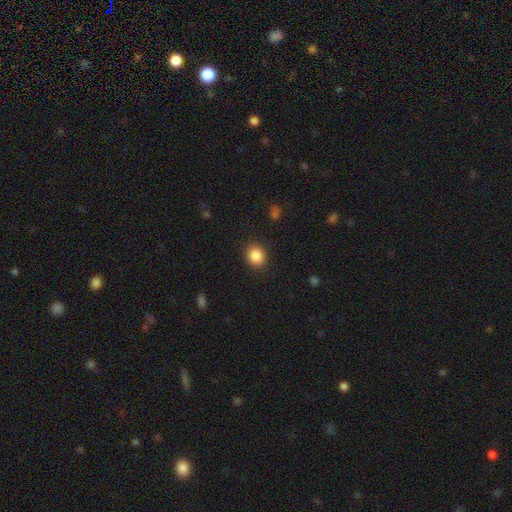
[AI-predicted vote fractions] This is clearly a smooth galaxy (87%). How rounded: likely round (73%). Merging: clearly none (90%).